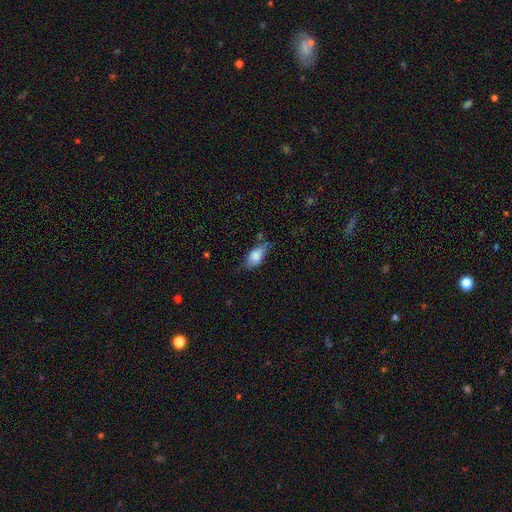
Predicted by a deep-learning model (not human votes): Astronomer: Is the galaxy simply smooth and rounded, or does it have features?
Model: smooth — 78%.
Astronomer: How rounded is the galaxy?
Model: in between — 86%.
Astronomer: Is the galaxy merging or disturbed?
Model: none — 41% (runner-up: minor disturbance, 39%).